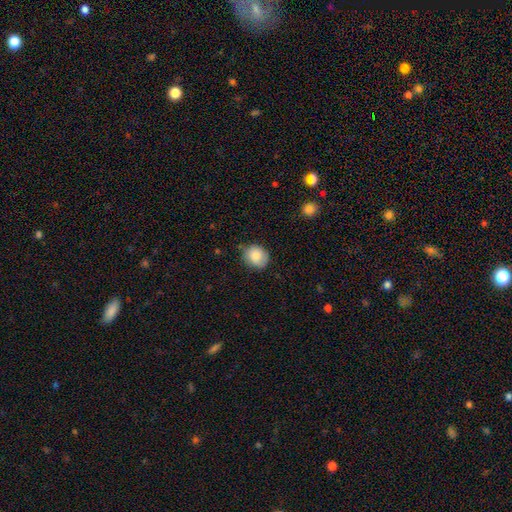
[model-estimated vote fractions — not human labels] A smooth galaxy with no disk features (83%) that is round (78%).

Vote fractions:
- Smooth or featured? smooth: 83% / featured or disk: 9% / star or artifact: 8%
- How rounded? round: 78% / in between: 21% / cigar-shaped: 1%
- Merging? none: 77% / minor disturbance: 18% / major disturbance: 3% / merger: 1%